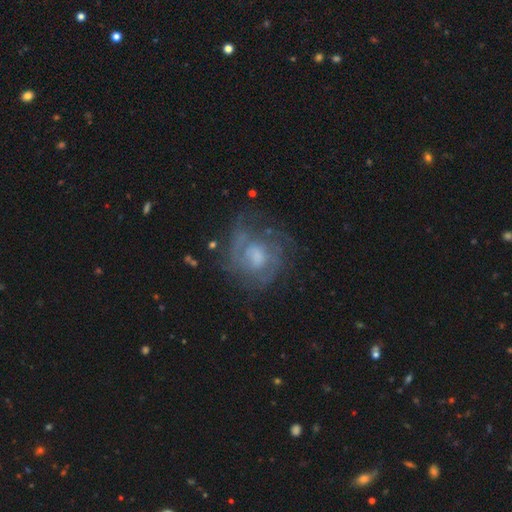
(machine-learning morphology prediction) Q: Smooth or featured?
A: featured or disk (72%); runner-up: smooth (18%)
Q: Edge-on disk?
A: no (97%); runner-up: yes (3%)
Q: Bar?
A: no (62%); runner-up: weak (33%)
Q: Spiral arms?
A: yes (79%); runner-up: no (21%)
Q: Spiral winding?
A: tight (45%); runner-up: medium (40%)
Q: Spiral arm count?
A: can't tell (42%); runner-up: 2 (27%)
Q: Bulge size?
A: moderate (46%); runner-up: small (25%)
Q: Merging?
A: none (60%); runner-up: minor disturbance (19%)